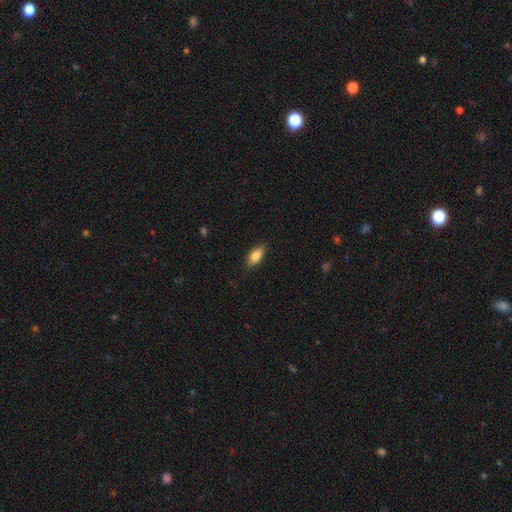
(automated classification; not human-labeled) Smooth or featured? Predicted: smooth (p=0.81). How rounded? Predicted: in between (p=0.85). Merging? Predicted: none (p=0.86).